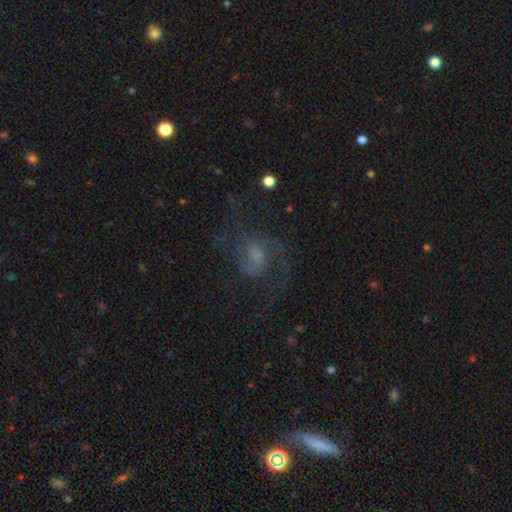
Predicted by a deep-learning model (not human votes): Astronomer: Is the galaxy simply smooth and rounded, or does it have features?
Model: featured or disk — 75%.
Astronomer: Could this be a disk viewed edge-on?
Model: no — 97%.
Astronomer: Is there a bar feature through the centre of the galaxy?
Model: weak — 47% (runner-up: no, 44%).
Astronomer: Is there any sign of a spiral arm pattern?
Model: yes — 91%.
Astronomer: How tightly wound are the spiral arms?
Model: medium — 49% (runner-up: loose, 38%).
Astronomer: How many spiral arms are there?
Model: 2 — 72%.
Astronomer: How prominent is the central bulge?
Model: small — 42% (runner-up: moderate, 32%).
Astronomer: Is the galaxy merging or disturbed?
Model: none — 57%.